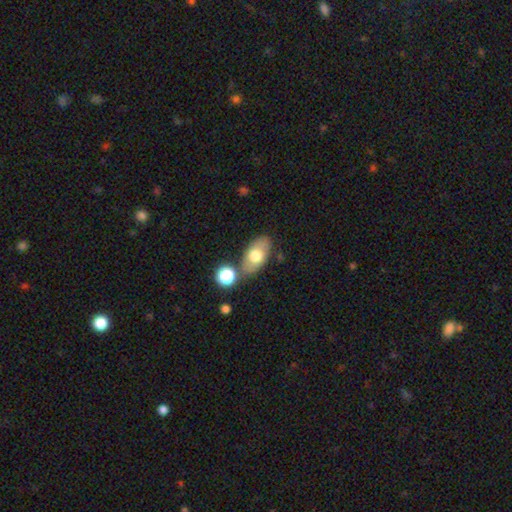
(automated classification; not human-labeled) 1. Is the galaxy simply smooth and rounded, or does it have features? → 66% smooth, 26% featured or disk, 8% star or artifact.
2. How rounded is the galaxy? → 90% in between, 7% round, 3% cigar-shaped.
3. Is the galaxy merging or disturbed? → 71% none, 14% minor disturbance, 11% merger, 4% major disturbance.